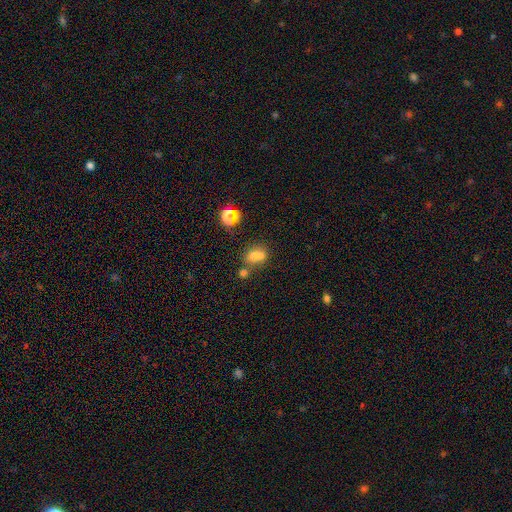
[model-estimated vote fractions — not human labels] Smooth or featured? Predicted: smooth (p=0.67). How rounded? Predicted: round (p=0.56). Merging? Predicted: merger (p=0.53).